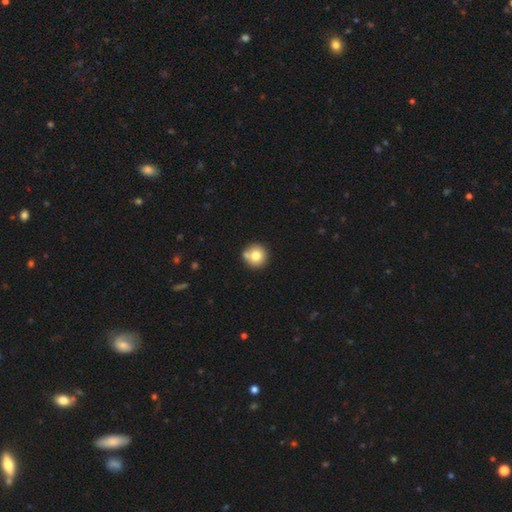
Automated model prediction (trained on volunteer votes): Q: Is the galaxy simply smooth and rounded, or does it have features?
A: smooth — 76%.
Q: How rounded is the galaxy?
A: round — 94%.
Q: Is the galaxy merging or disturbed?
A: none — 71%.